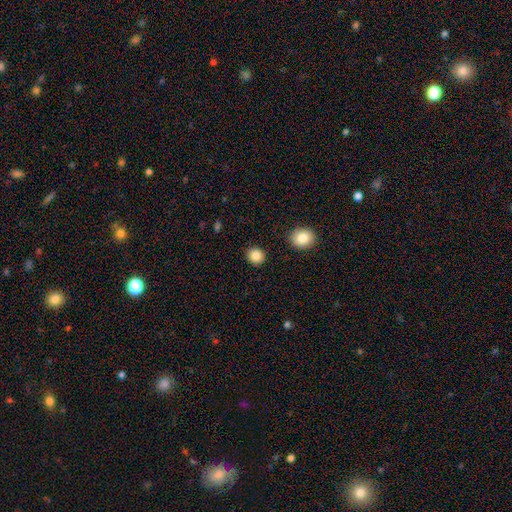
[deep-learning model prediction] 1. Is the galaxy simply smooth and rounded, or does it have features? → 86% smooth, 9% star or artifact, 5% featured or disk.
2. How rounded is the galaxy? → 86% round, 13% in between, 1% cigar-shaped.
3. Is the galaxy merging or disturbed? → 90% none, 6% minor disturbance, 2% merger, 2% major disturbance.